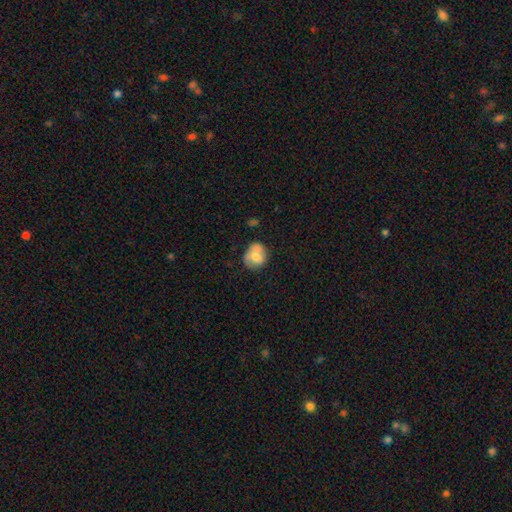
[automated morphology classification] Q: Smooth or featured?
A: smooth (69%); runner-up: featured or disk (23%)
Q: How rounded?
A: round (67%); runner-up: in between (33%)
Q: Merging?
A: none (56%); runner-up: minor disturbance (29%)